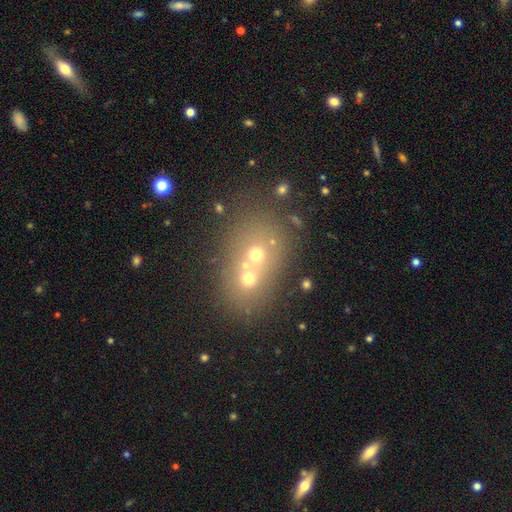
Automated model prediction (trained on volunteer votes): Overall: smooth (50%; featured or disk 28%). Merging: merger (61%; none 29%).